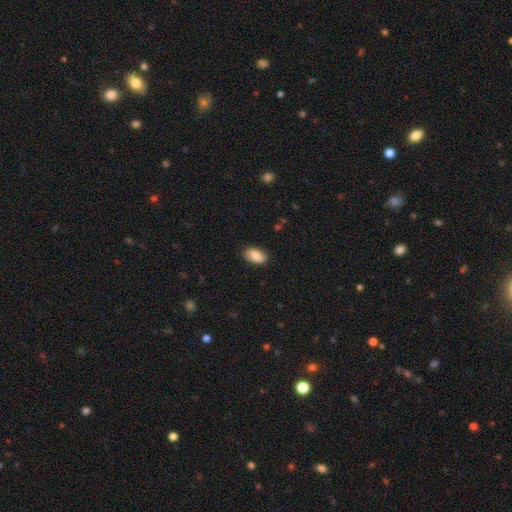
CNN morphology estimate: Smooth or featured?
  - smooth: 86% *
  - featured or disk: 7%
  - star or artifact: 7%
How rounded?
  - in between: 93% *
  - round: 5%
  - cigar-shaped: 2%
Merging?
  - none: 87% *
  - minor disturbance: 10%
  - major disturbance: 2%
  - merger: 1%